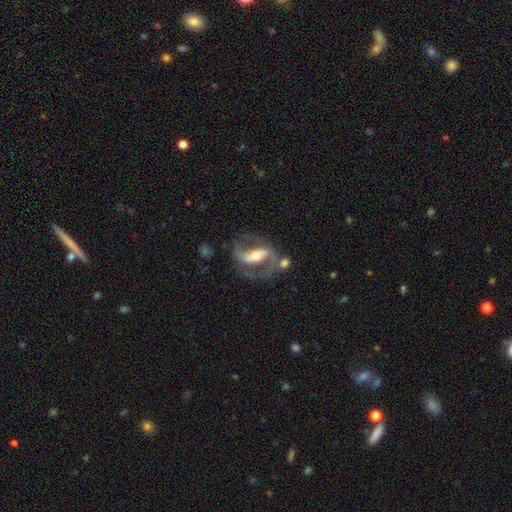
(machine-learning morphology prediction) Q: Smooth or featured?
A: featured or disk (87%); runner-up: smooth (8%)
Q: Edge-on disk?
A: no (94%); runner-up: yes (6%)
Q: Bar?
A: strong (64%); runner-up: weak (23%)
Q: Spiral arms?
A: yes (93%); runner-up: no (7%)
Q: Spiral winding?
A: medium (55%); runner-up: loose (26%)
Q: Spiral arm count?
A: 2 (91%); runner-up: can't tell (3%)
Q: Bulge size?
A: moderate (57%); runner-up: small (34%)
Q: Merging?
A: none (68%); runner-up: minor disturbance (14%)